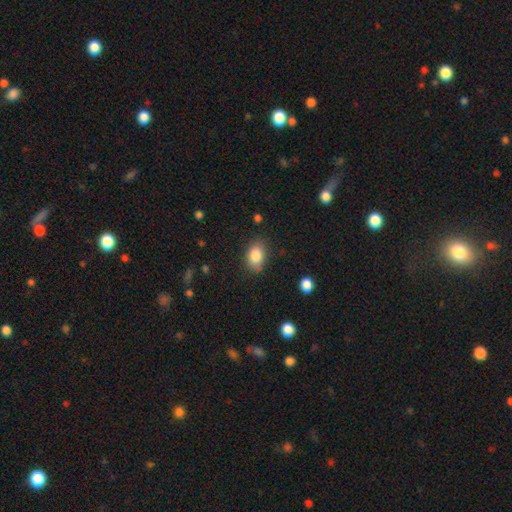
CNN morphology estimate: smooth-or-featured: smooth: 85% | star or artifact: 8% | featured or disk: 7%
  how-rounded: in between: 83% | round: 16% | cigar-shaped: 1%
  merging: none: 78% | minor disturbance: 16% | major disturbance: 4% | merger: 2%